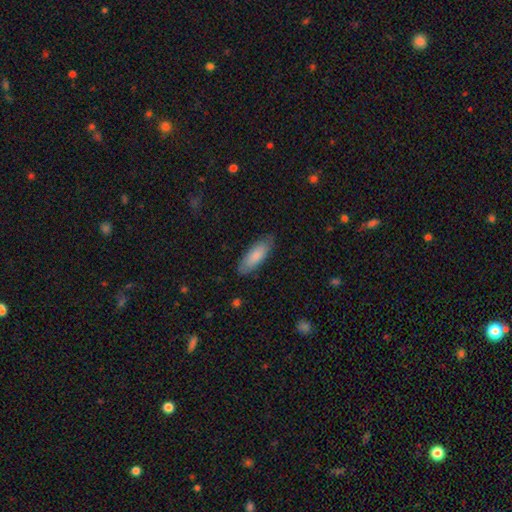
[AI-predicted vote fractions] This appears to be a smooth galaxy with no disk features (83%) that is in between round and cigar-shaped (65%). Merging: none (82%).